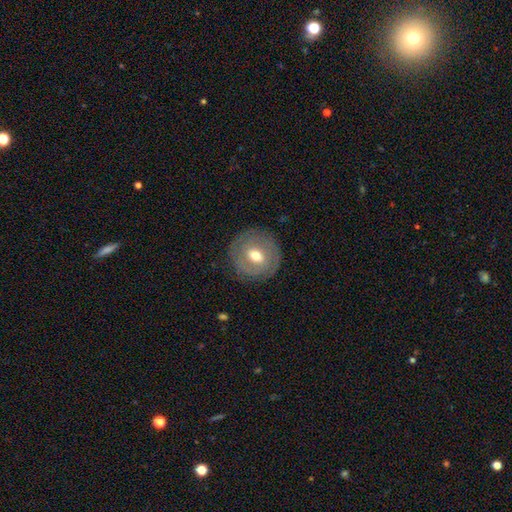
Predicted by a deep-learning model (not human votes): smooth 47%, featured or disk 45%, star or artifact 7%. Down the decision tree: merging — none (84%).